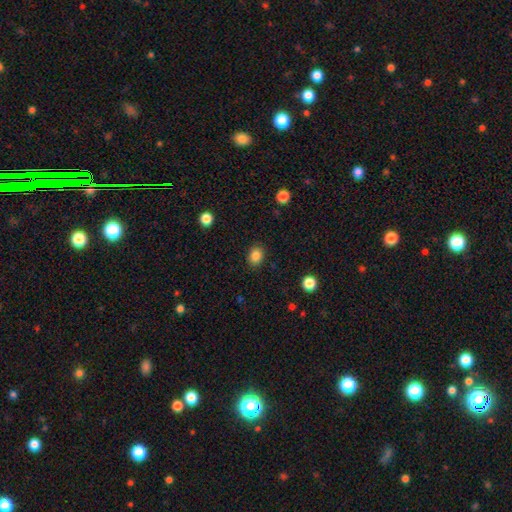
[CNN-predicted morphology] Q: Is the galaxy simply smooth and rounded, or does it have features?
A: smooth — 85%.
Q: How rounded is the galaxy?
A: in between — 51%.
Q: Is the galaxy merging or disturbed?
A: none — 88%.